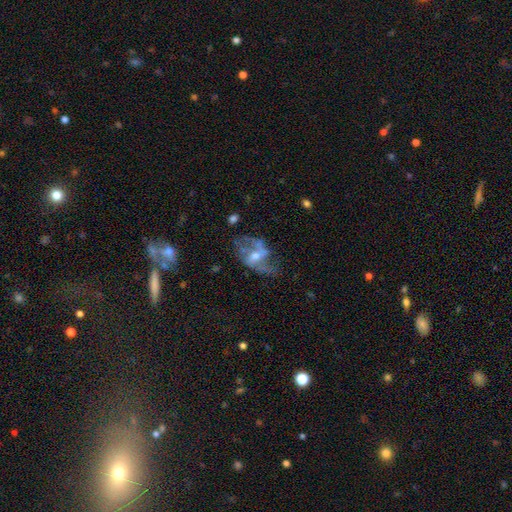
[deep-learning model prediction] Overall: featured or disk (77%). Edge-on disk: no (96%). Bar: weak (44%; no 37%). Spiral arms: yes (77%). Spiral arm count: 2 (74%). Spiral winding: loose (61%; medium 31%). Bulge size: moderate (57%; small 32%). Merging: none (47%; major disturbance 28%).